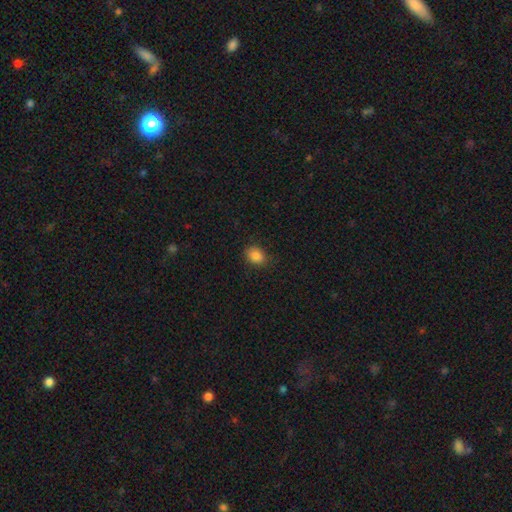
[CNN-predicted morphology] This appears to be a smooth galaxy with no disk features (86%) that is in between round and cigar-shaped (65%). Merging: none (85%).